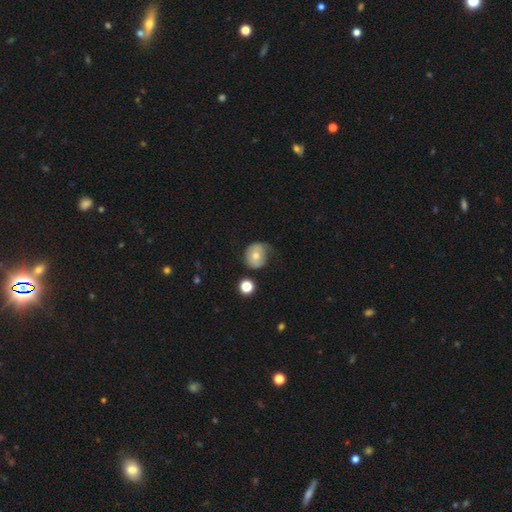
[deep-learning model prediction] Smooth or featured? Predicted: smooth (p=0.64). How rounded? Predicted: round (p=0.77). Merging? Predicted: none (p=0.47).